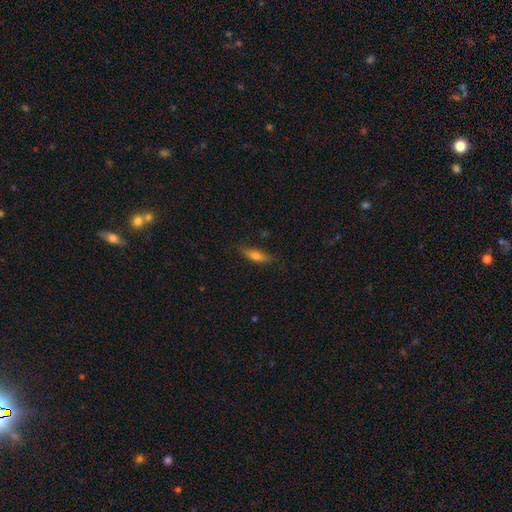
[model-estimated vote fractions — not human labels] Q: Smooth or featured?
A: smooth (66%); runner-up: featured or disk (26%)
Q: How rounded?
A: cigar-shaped (54%); runner-up: in between (44%)
Q: Merging?
A: none (80%); runner-up: minor disturbance (15%)